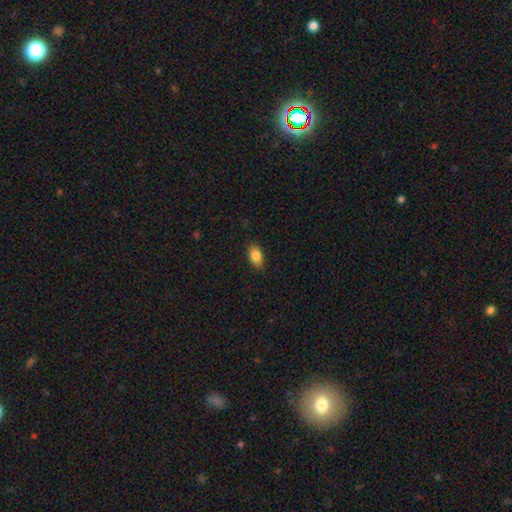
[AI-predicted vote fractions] A smooth galaxy with no disk features (84%) that is in between round and cigar-shaped (88%).

Vote fractions:
- Smooth or featured? smooth: 84% / featured or disk: 8% / star or artifact: 8%
- How rounded? in between: 88% / round: 8% / cigar-shaped: 4%
- Merging? none: 86% / minor disturbance: 11% / major disturbance: 2% / merger: 1%